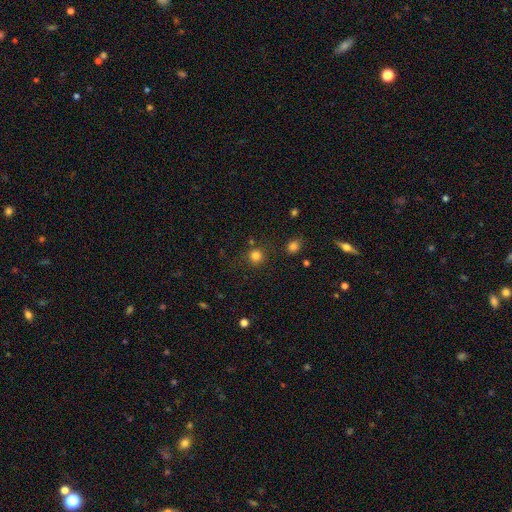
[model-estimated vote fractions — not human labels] Smooth or featured: smooth — 80% (star or artifact — 15%)
How rounded: round — 93% (in between — 6%)
Merging: none — 82% (minor disturbance — 9%)